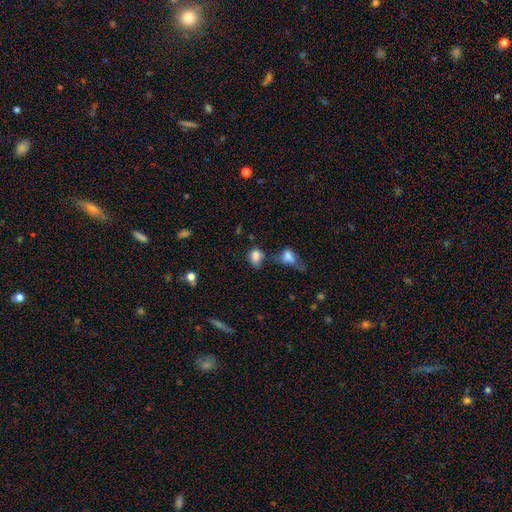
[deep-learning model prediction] Morphology: type=smooth (82%); roundness=in between (60%); merging=none (48%).